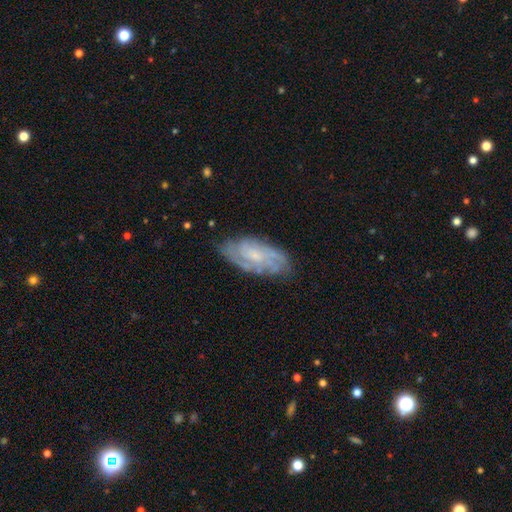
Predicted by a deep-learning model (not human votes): smooth-or-featured: featured or disk: 72% | smooth: 21% | star or artifact: 7%
  disk-edge-on: no: 93% | yes: 7%
    bar: no: 60% | weak: 35% | strong: 6%
    has-spiral-arms: yes: 89% | no: 11%
      spiral-winding: tight: 51% | medium: 37% | loose: 11%
      spiral-arm-count: can't tell: 42% | 2: 23% | 3: 18% | 4: 9% | 1: 4% | more than 4: 4%
    bulge-size: small: 54% | moderate: 26% | none: 18% | large: 2% | dominant: 1%
  merging: none: 72% | minor disturbance: 20% | major disturbance: 6% | merger: 2%